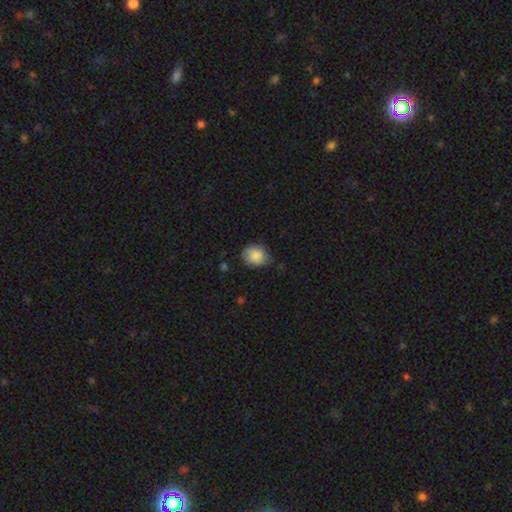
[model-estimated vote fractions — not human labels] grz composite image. It shows a smooth galaxy with no disk features (87%) that is round (61%). Merging: none (67%).